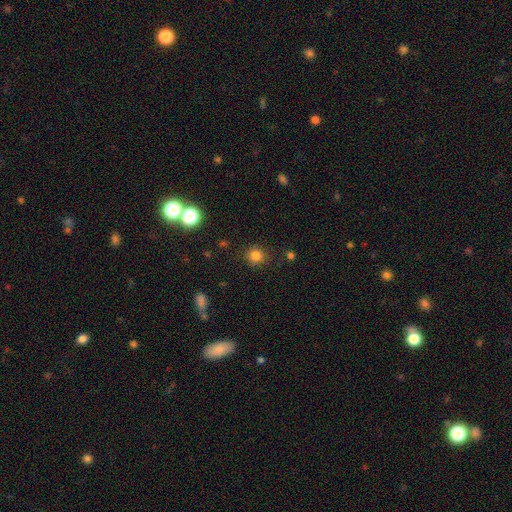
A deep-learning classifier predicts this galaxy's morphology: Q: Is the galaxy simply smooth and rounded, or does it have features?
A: smooth — 81%.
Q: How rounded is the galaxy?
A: round — 89%.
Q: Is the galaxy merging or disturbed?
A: none — 87%.